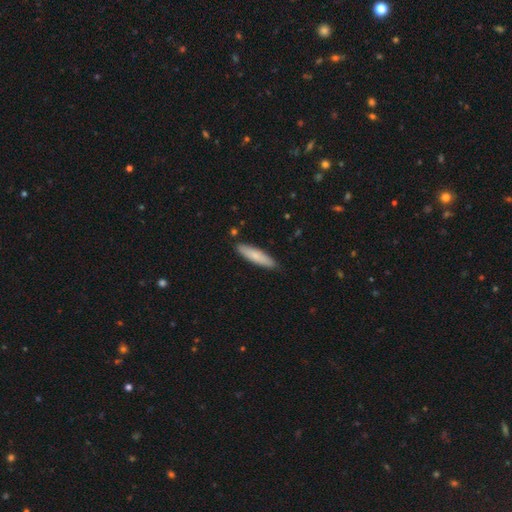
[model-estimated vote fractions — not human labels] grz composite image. It shows a smooth galaxy with no disk features (76%) that is cigar-shaped (76%). Merging: none (87%).